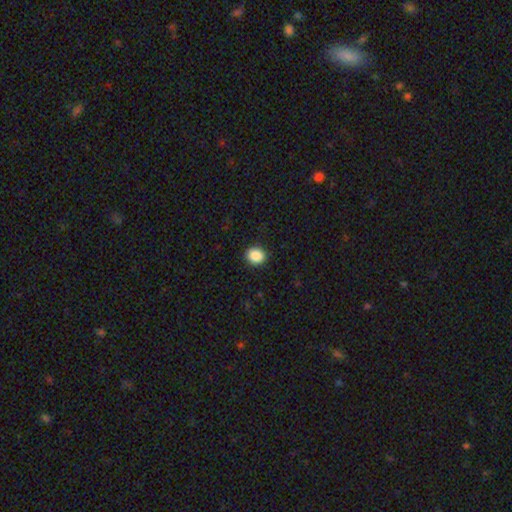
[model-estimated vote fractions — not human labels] The model was most divided on "how rounded": round: 73%, in between: 26%, cigar-shaped: 1%. More confident: merging — none (91%); smooth or featured — smooth (88%).